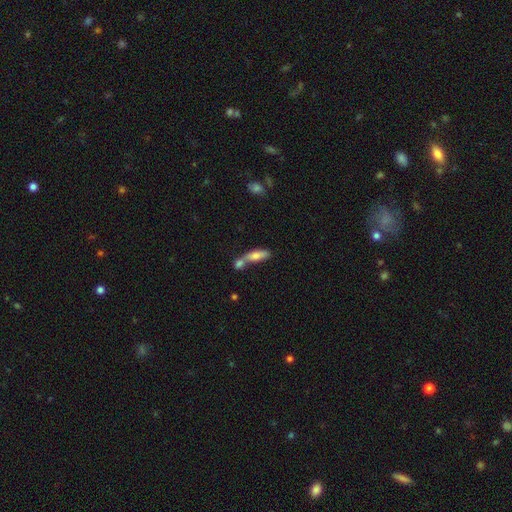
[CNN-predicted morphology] Smooth or featured?
  - smooth: 71% *
  - featured or disk: 22%
  - star or artifact: 7%
How rounded?
  - in between: 50% *
  - cigar-shaped: 47%
  - round: 3%
Merging?
  - merger: 53% *
  - none: 33%
  - minor disturbance: 10%
  - major disturbance: 4%